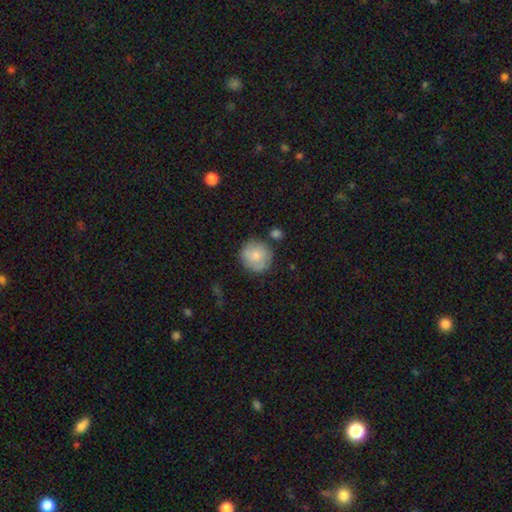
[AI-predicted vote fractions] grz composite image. It shows a smooth galaxy with no disk features (67%) that is round (91%). Merging: none (74%).